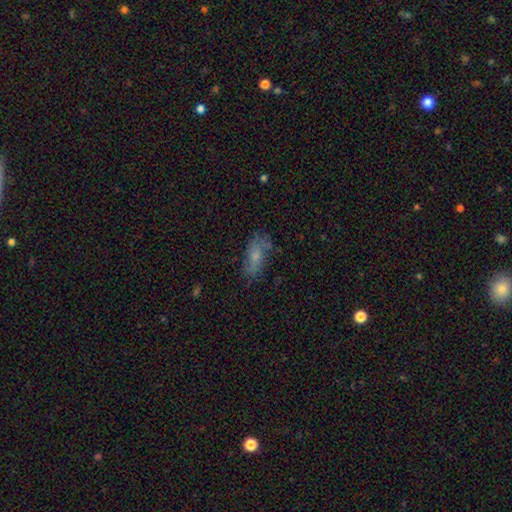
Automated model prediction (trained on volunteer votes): Morphology: type=smooth (58%); roundness=in between (75%); merging=none (64%).